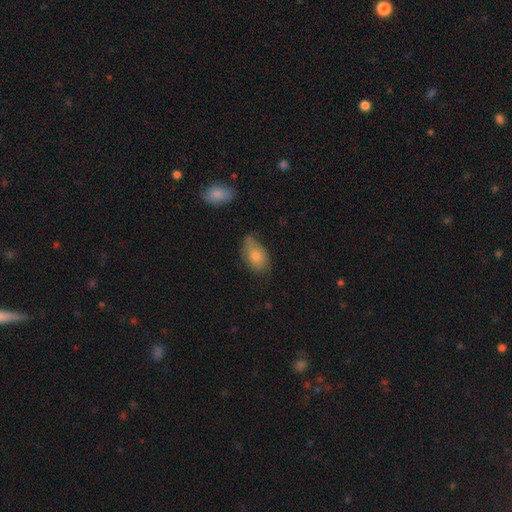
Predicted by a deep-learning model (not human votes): smooth-or-featured: smooth: 77% | featured or disk: 15% | star or artifact: 7%
  how-rounded: in between: 90% | round: 8% | cigar-shaped: 2%
  merging: none: 48% | minor disturbance: 37% | major disturbance: 11% | merger: 4%